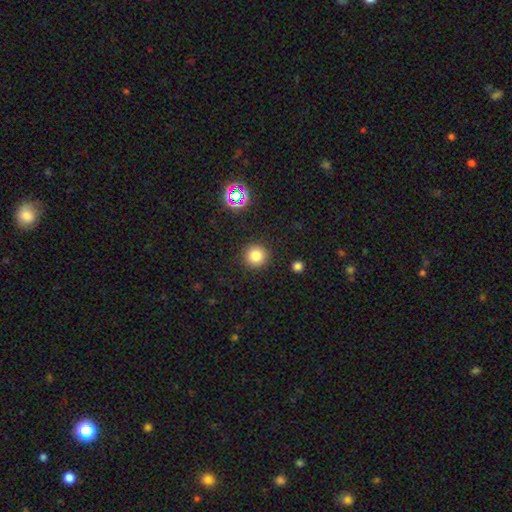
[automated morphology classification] Smooth or featured: smooth — 80% (star or artifact — 14%)
How rounded: round — 95% (in between — 5%)
Merging: none — 91% (minor disturbance — 6%)